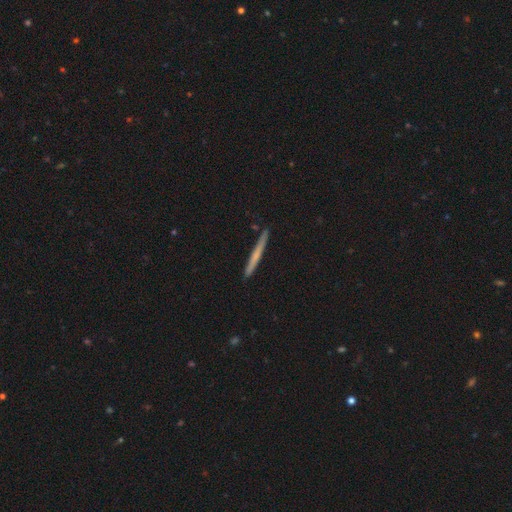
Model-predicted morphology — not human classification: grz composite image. It shows a smooth galaxy with no disk features (54%) that is cigar-shaped (97%). Merging: none (91%).